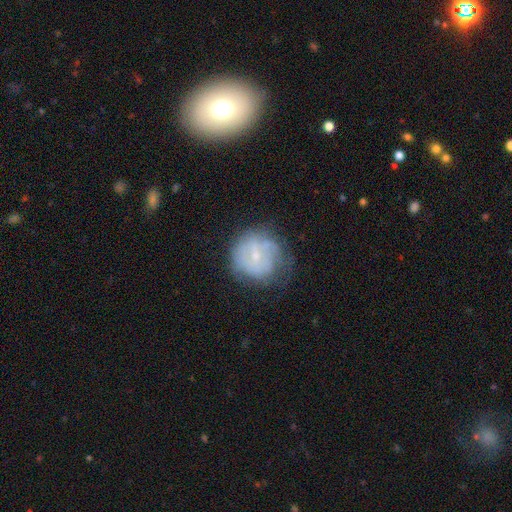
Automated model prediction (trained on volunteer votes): This appears to be a featured or disk galaxy (55%) with no bar (47%), spiral arms (60%) and a small central bulge (68%). Merging: none (57%).